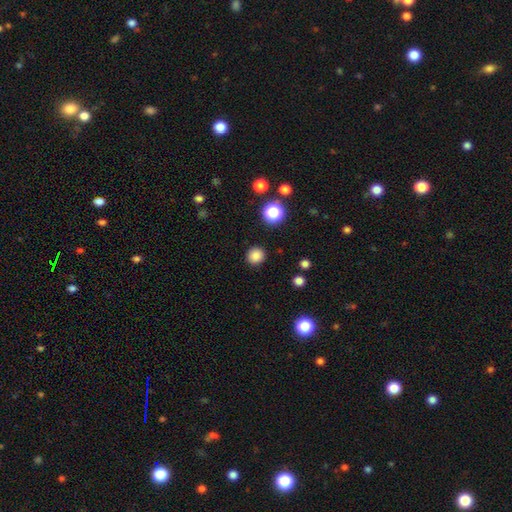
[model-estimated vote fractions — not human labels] smooth 84%, star or artifact 12%, featured or disk 4%. Down the decision tree: how rounded — round (91%); merging — none (90%).